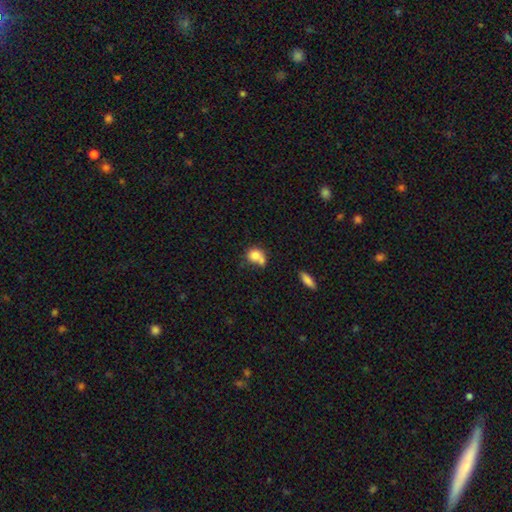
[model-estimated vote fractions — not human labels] This is likely a smooth galaxy (77%). How rounded: likely round (63%). Merging: marginally merger (41%).